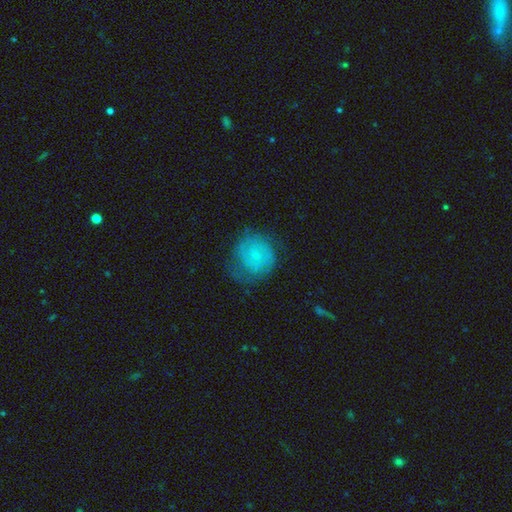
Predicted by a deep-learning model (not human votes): Smooth or featured? featured or disk (46%)
Merging? none (60%)